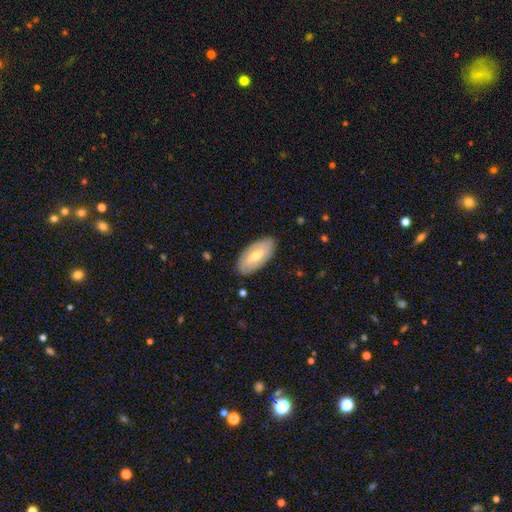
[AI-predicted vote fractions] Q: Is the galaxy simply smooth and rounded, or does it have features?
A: smooth — 52%.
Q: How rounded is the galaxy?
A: in between — 91%.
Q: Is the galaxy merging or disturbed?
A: none — 86%.